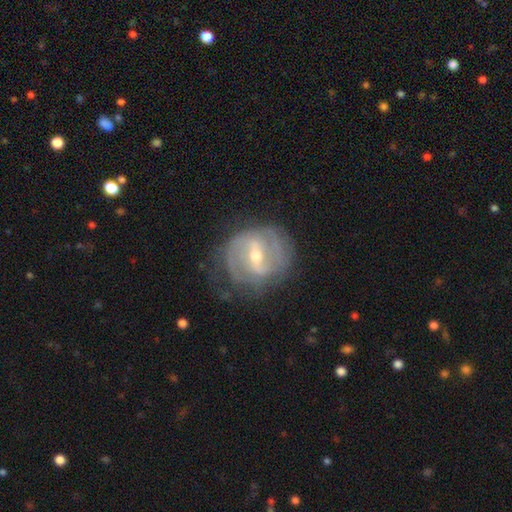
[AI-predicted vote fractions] Smooth or featured? Predicted: featured or disk (p=0.85). Edge-on disk? Predicted: no (p=0.96). Bar? Predicted: weak (p=0.45). Spiral arms? Predicted: yes (p=0.90). Spiral winding? Predicted: tight (p=0.49). Spiral arm count? Predicted: 2 (p=0.55). Bulge size? Predicted: moderate (p=0.54). Merging? Predicted: none (p=0.73).